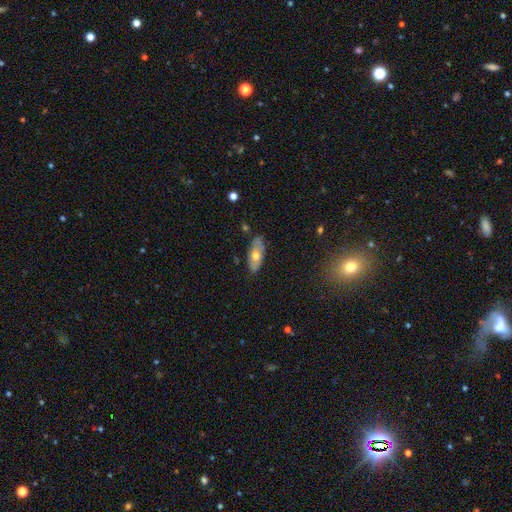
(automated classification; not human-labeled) This is possibly a smooth galaxy (57%). How rounded: clearly in between (81%). Merging: likely none (78%).